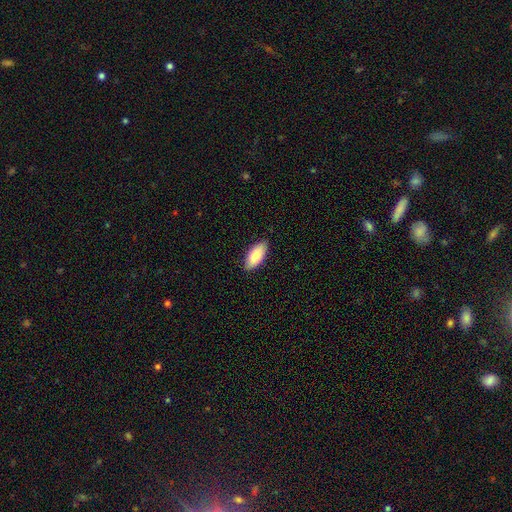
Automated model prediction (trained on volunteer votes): smooth-or-featured: smooth: 86% | featured or disk: 8% | star or artifact: 6%
  how-rounded: in between: 87% | cigar-shaped: 11% | round: 2%
  merging: none: 85% | minor disturbance: 12% | major disturbance: 2% | merger: 1%